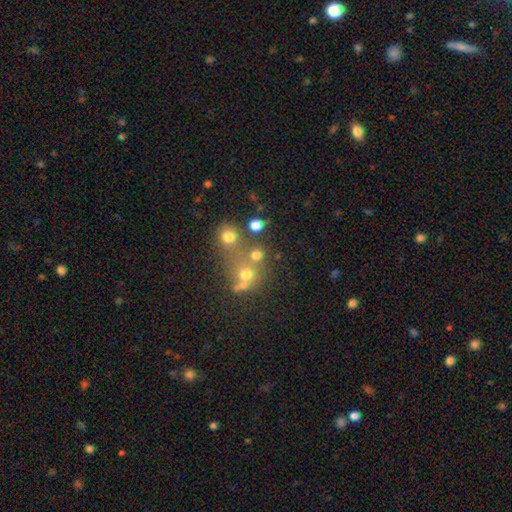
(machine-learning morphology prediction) type=smooth (62%); roundness=round (82%); merging=none (48%).